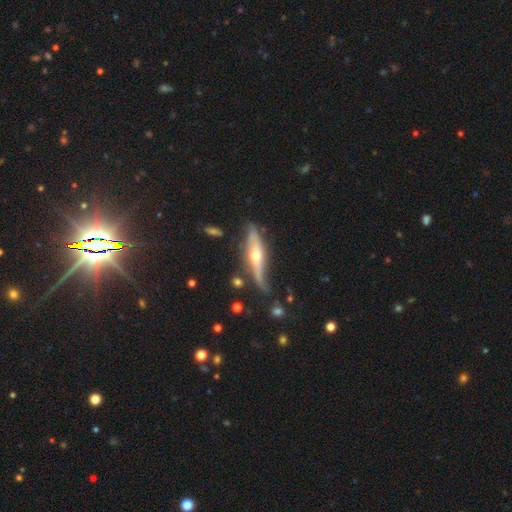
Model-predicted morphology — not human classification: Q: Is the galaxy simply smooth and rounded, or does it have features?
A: featured or disk — 71%.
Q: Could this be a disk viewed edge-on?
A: yes — 84%.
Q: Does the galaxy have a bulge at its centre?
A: rounded — 91%.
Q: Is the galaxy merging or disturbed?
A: none — 64%.